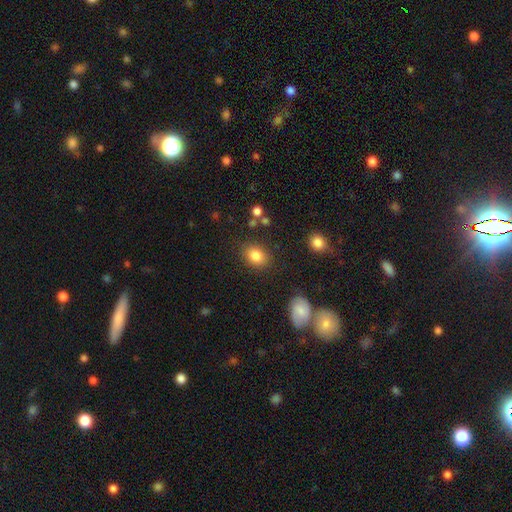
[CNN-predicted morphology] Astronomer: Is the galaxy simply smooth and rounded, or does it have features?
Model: smooth — 84%.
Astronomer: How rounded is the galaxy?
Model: in between — 54% (runner-up: round, 45%).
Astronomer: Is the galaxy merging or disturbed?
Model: none — 84%.